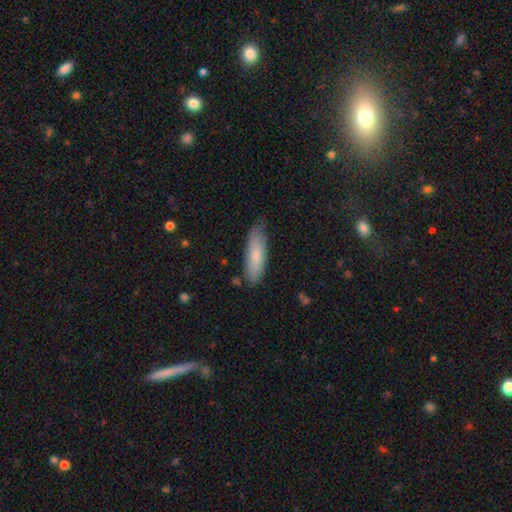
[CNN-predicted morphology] A smooth galaxy with no disk features (77%) that is in between round and cigar-shaped (49%, tied with cigar-shaped).

Vote fractions:
- Smooth or featured? smooth: 77% / featured or disk: 18% / star or artifact: 6%
- How rounded? in between: 49% (tied) / cigar-shaped: 49% (tied) / round: 2%
- Merging? none: 75% / minor disturbance: 20% / major disturbance: 3% / merger: 2%